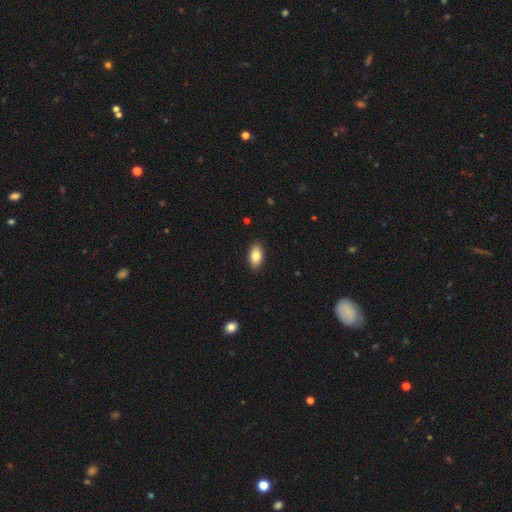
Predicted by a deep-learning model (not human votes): This appears to be a smooth galaxy with no disk features (85%) that is in between round and cigar-shaped (93%). Merging: none (90%).